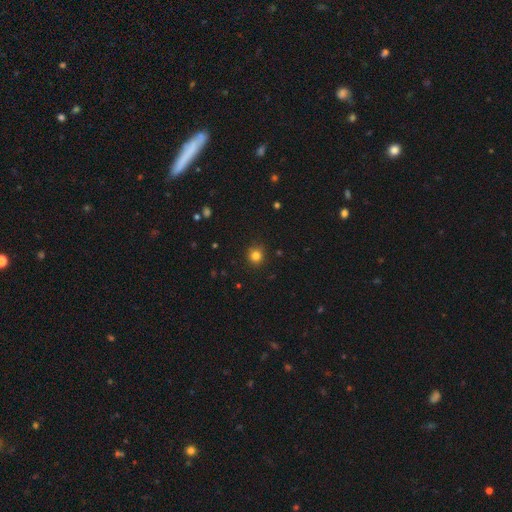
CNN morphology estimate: A smooth galaxy with no disk features (82%) that is round (91%). Merging: none (89%).